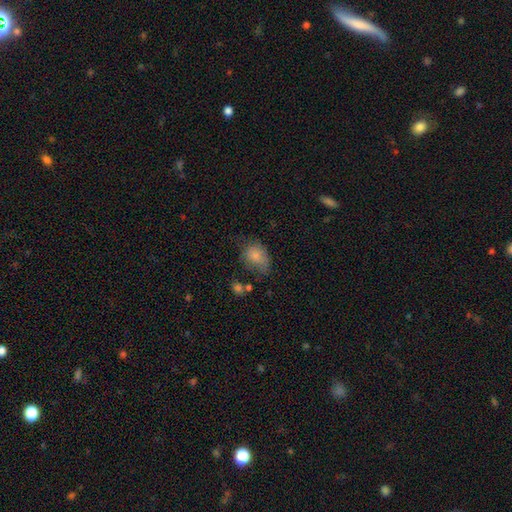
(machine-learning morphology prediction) This is likely a smooth galaxy (77%). How rounded: likely in between (72%). Merging: marginally none (38%).